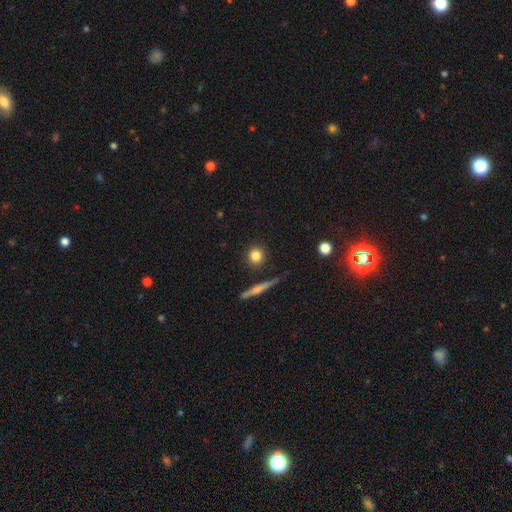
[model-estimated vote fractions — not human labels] This appears to be a smooth galaxy with no disk features (81%) that is round (89%). Merging: none (87%).